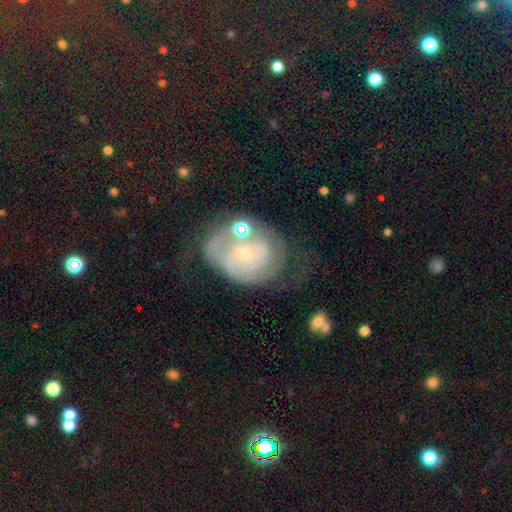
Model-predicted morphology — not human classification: type=featured or disk (79%); edge-on=no (98%); bar=no (73%); spiral arms=yes (89%); winding=tight (68%); arm count=2 (33%, tied with can't tell); bulge=small (78%); merging=none (47%).